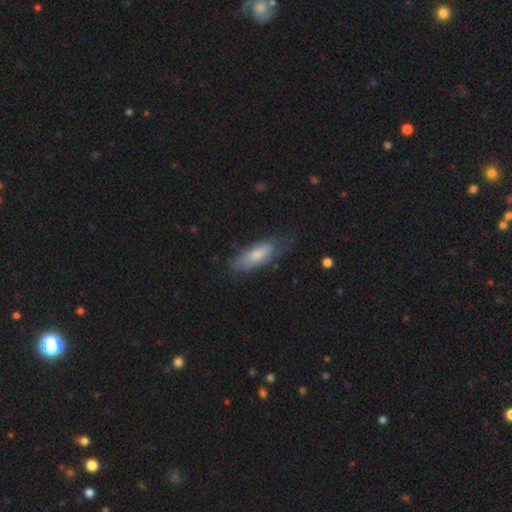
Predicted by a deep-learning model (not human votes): Morphology: type=smooth (65%); roundness=in between (62%); merging=none (65%).